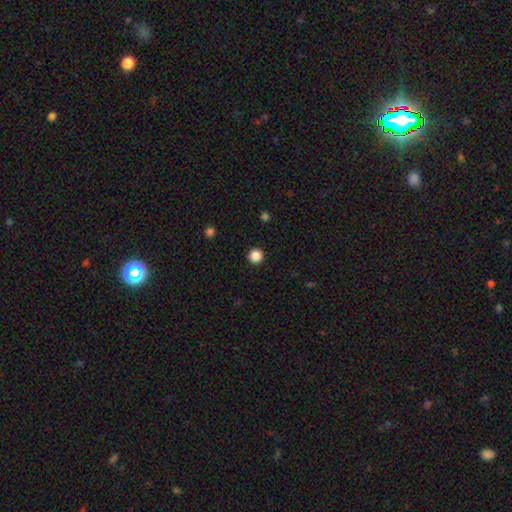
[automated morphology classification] Q: Smooth or featured?
A: smooth (86%); runner-up: star or artifact (11%)
Q: How rounded?
A: round (96%); runner-up: in between (3%)
Q: Merging?
A: none (93%); runner-up: minor disturbance (4%)